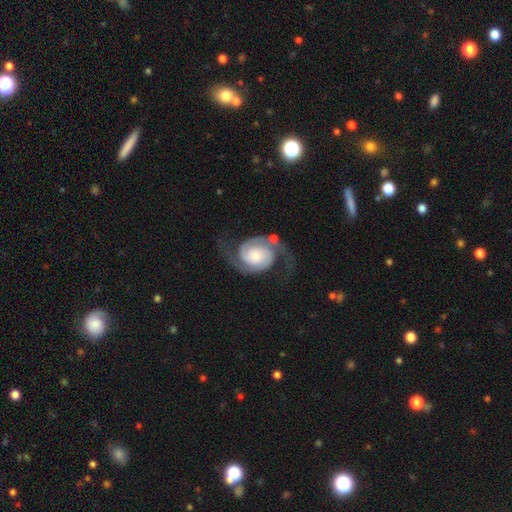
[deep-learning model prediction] smooth_or_featured: featured or disk (p=0.89) [alt: smooth p=0.06]
disk_edge_on: no (p=0.98) [alt: yes p=0.02]
bar: no (p=0.71) [alt: weak p=0.22]
has_spiral_arms: yes (p=0.98) [alt: no p=0.02]
spiral_winding: medium (p=0.45) [alt: tight p=0.37]
spiral_arm_count: 2 (p=0.93) [alt: can't tell p=0.02]
bulge_size: small (p=0.42) [alt: moderate p=0.31]
merging: none (p=0.68) [alt: minor disturbance p=0.16]